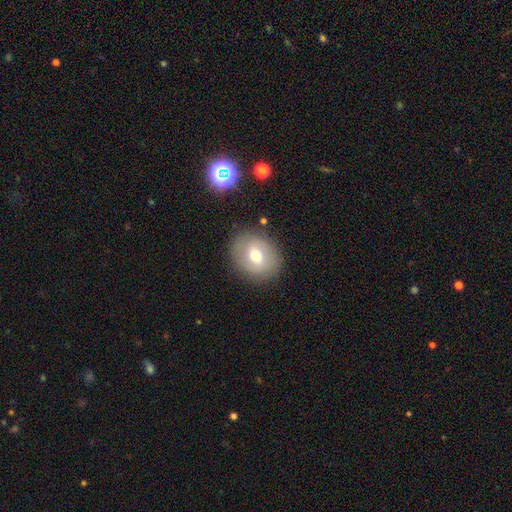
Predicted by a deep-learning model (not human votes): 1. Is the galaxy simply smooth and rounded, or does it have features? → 65% smooth, 25% featured or disk, 10% star or artifact.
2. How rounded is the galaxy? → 55% round, 44% in between, 1% cigar-shaped.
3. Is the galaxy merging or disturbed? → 83% none, 11% minor disturbance, 4% major disturbance, 2% merger.